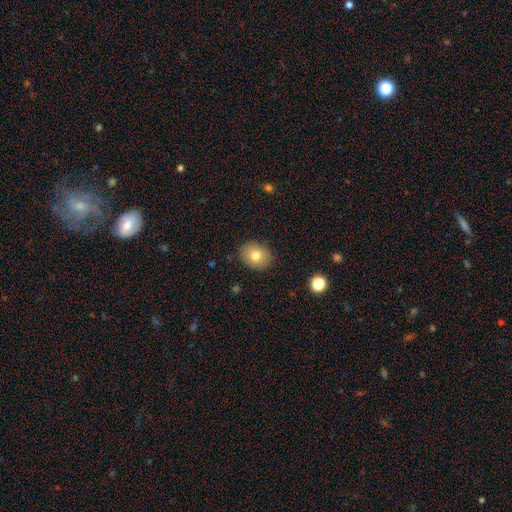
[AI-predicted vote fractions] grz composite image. It shows a smooth galaxy with no disk features (77%) that is round (56%). Merging: none (88%).